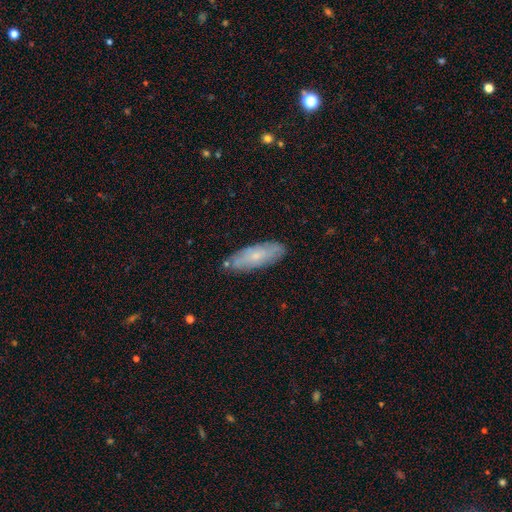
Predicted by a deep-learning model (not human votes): This appears to be a smooth galaxy with no disk features (52%) that is in between round and cigar-shaped (62%). Merging: none (78%).